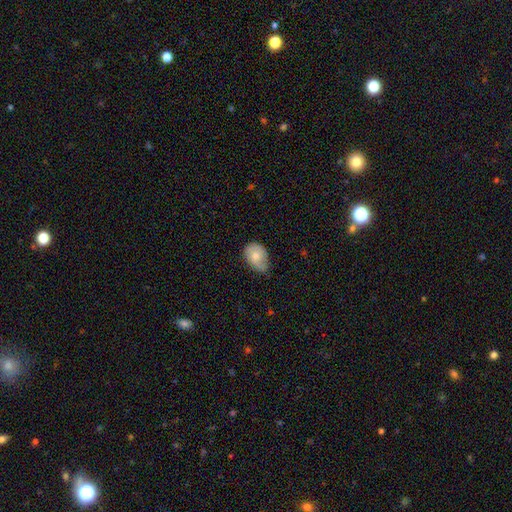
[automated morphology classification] Smooth or featured? smooth (64%)
How rounded? in between (77%)
Merging? none (45%)